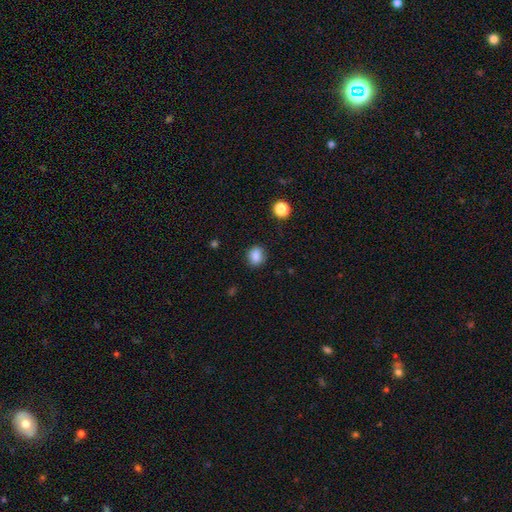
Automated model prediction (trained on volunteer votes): The model was most divided on "how rounded": round: 62%, in between: 37%, cigar-shaped: 1%. More confident: smooth or featured — smooth (85%); merging — none (83%).